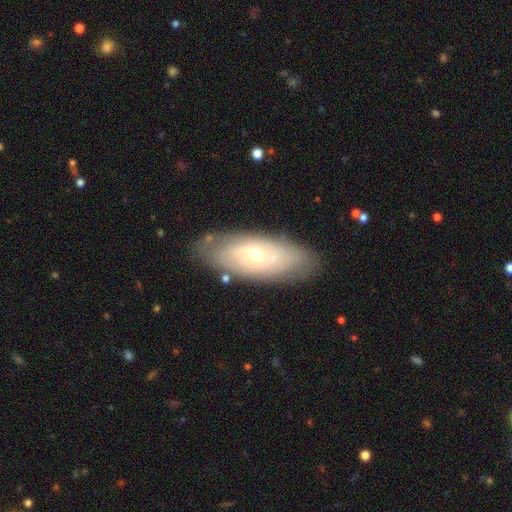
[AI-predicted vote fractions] The model was most divided on "bulge size" (2-way tie): moderate: 48%, small: 48%, large: 3%, dominant: 1%, none: 1%. More confident: edge-on disk — no (85%); merging — none (81%); bar — no (72%); smooth or featured — featured or disk (61%); spiral arms — yes (60%).